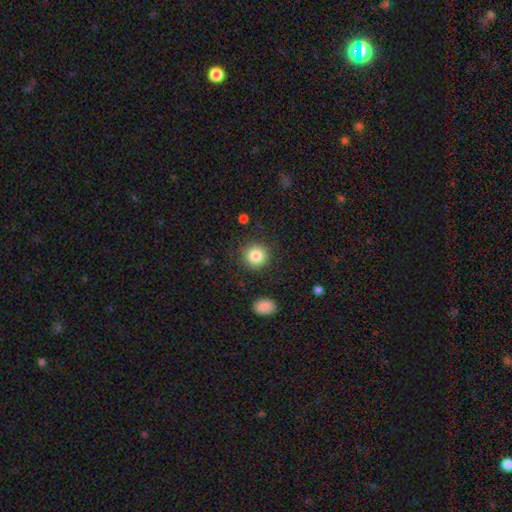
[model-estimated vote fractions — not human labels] smooth_or_featured: smooth (p=0.84) [alt: star or artifact p=0.09]
how_rounded: round (p=0.93) [alt: in between p=0.06]
merging: none (p=0.89) [alt: minor disturbance p=0.07]